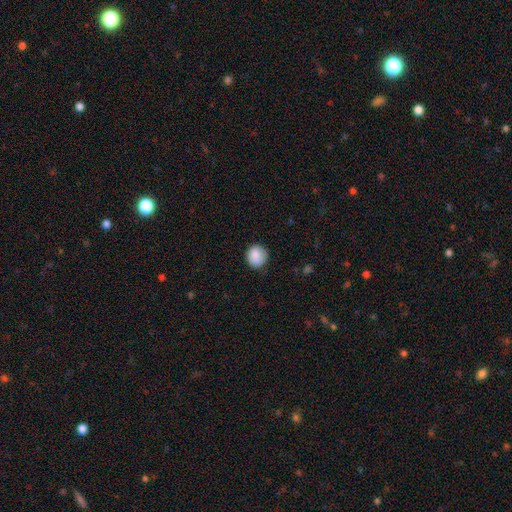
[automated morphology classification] Smooth or featured: smooth — 87% (star or artifact — 8%)
How rounded: round — 86% (in between — 13%)
Merging: none — 81% (minor disturbance — 15%)